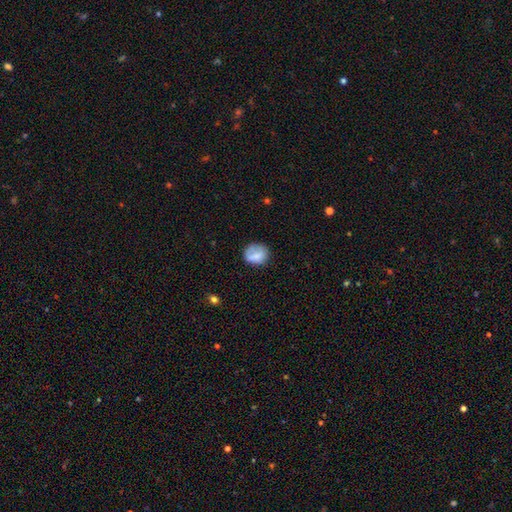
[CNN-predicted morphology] Q: Smooth or featured?
A: smooth (76%); runner-up: featured or disk (16%)
Q: How rounded?
A: round (73%); runner-up: in between (26%)
Q: Merging?
A: none (65%); runner-up: minor disturbance (23%)